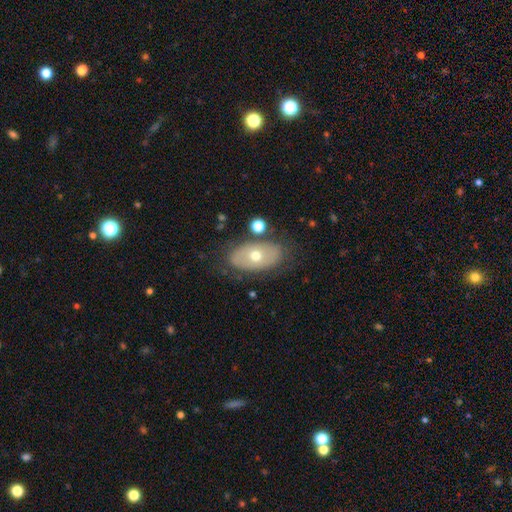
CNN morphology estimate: A smooth galaxy with no disk features (49%). Merging: none (76%).